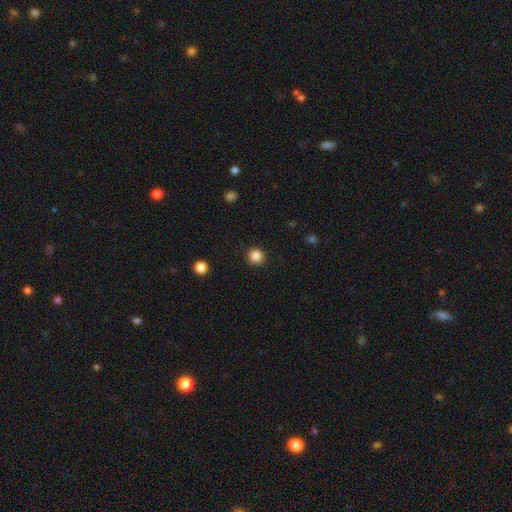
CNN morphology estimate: Smooth or featured? smooth (86%)
How rounded? round (93%)
Merging? none (91%)